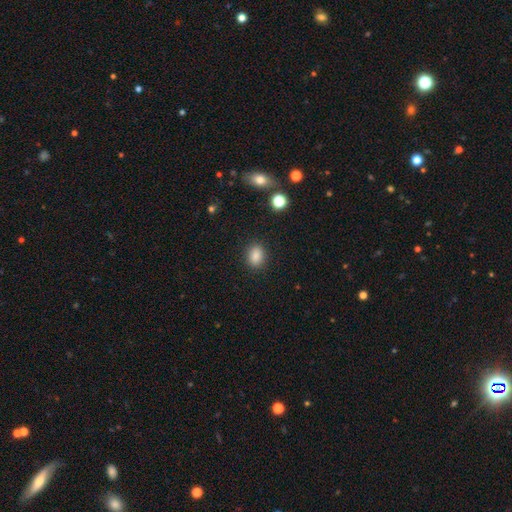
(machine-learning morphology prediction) smooth-or-featured: smooth: 85% | star or artifact: 10% | featured or disk: 4%
  how-rounded: in between: 64% | round: 34% | cigar-shaped: 1%
  merging: none: 87% | minor disturbance: 8% | major disturbance: 3% | merger: 1%